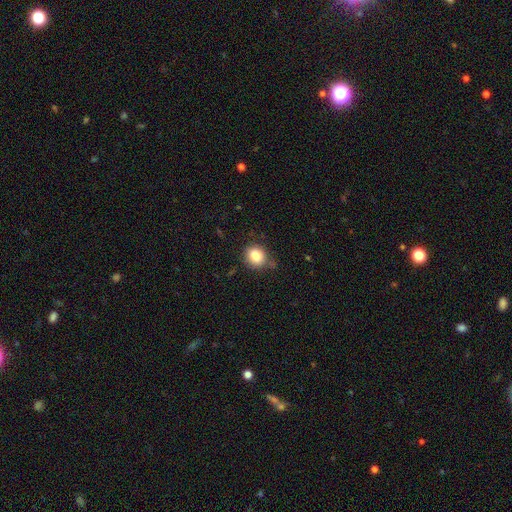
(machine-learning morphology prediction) Overall: smooth (85%). How rounded: round (71%). Merging: none (73%).